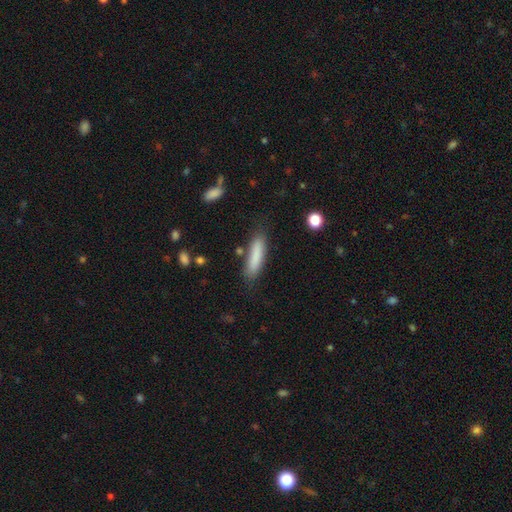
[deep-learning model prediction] smooth_or_featured: smooth (p=0.83) [alt: featured or disk p=0.10]
how_rounded: cigar-shaped (p=0.75) [alt: in between p=0.23]
merging: none (p=0.78) [alt: minor disturbance p=0.14]